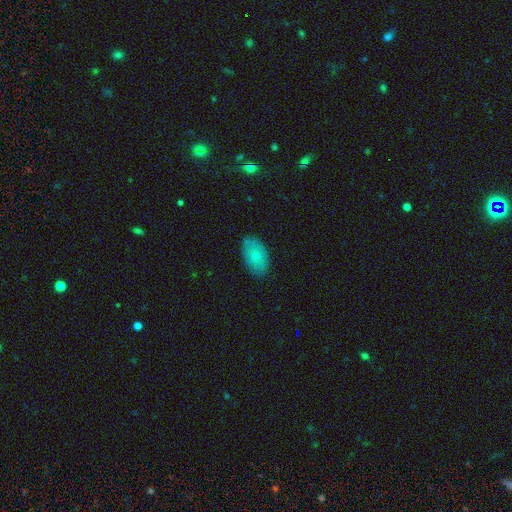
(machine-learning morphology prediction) Smooth or featured? smooth (78%)
How rounded? in between (93%)
Merging? none (83%)